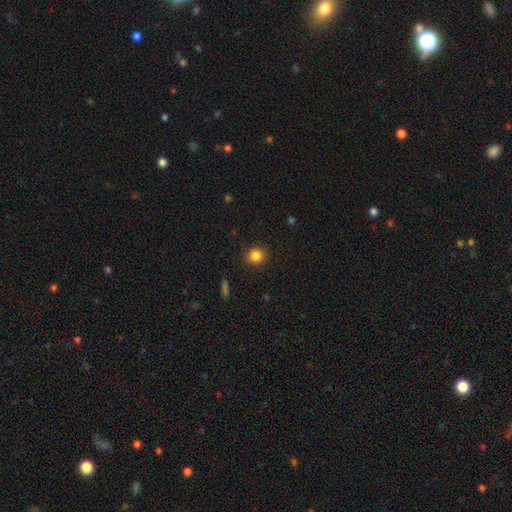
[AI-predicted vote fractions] This is clearly a smooth galaxy (85%). How rounded: clearly round (85%). Merging: clearly none (90%).